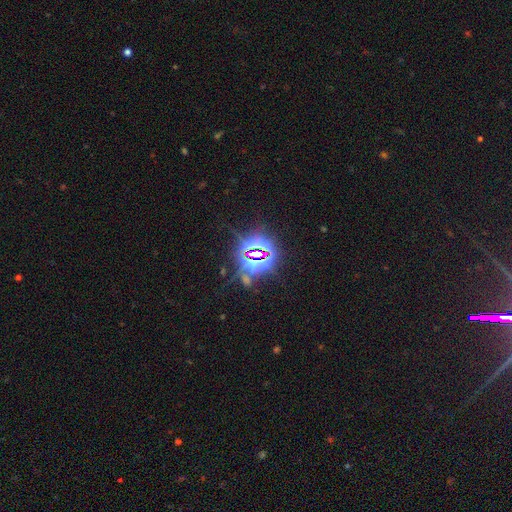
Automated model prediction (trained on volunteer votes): Smooth or featured? Predicted: star or artifact (p=0.84).